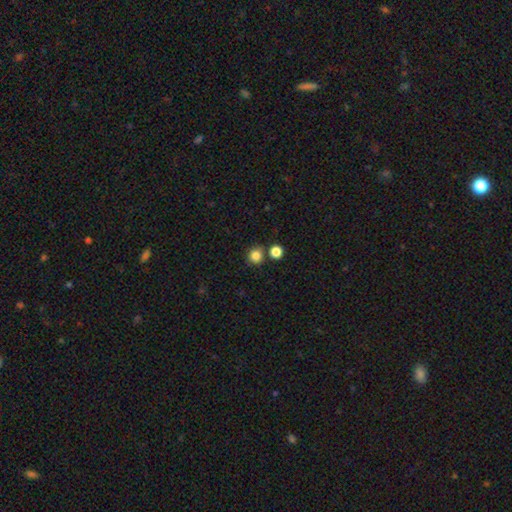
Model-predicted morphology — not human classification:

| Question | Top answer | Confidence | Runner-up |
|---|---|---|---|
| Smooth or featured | smooth | 84% | star or artifact (12%) |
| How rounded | round | 91% | in between (8%) |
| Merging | none | 77% | merger (12%) |